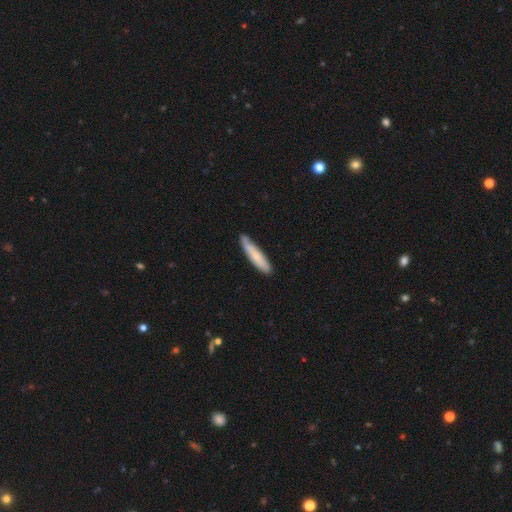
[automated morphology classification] Smooth or featured? Predicted: smooth (p=0.71). How rounded? Predicted: cigar-shaped (p=0.86). Merging? Predicted: none (p=0.74).